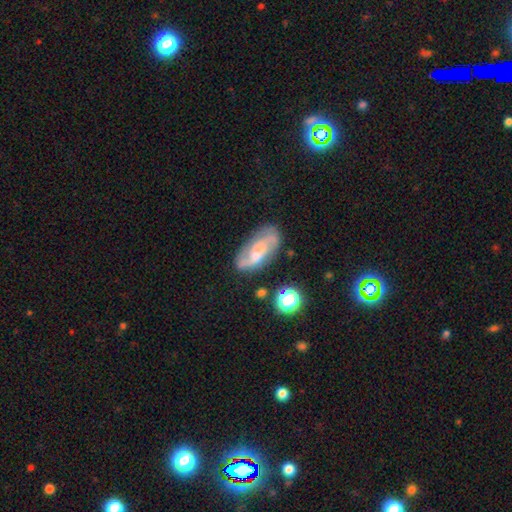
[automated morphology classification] featured or disk 68%, smooth 23%, star or artifact 9%. Down the decision tree: edge-on disk — no (92%); bar — no (43%); spiral arms — yes (90%); spiral arm count — 2 (77%); spiral winding — medium (41%); bulge size — small (51%); merging — none (71%).